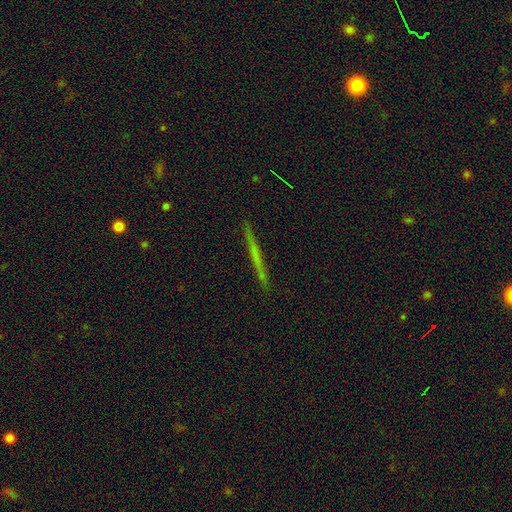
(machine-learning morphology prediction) type=featured or disk (52%); edge-on=yes (97%); edge-on bulge=none (88%); merging=none (92%).